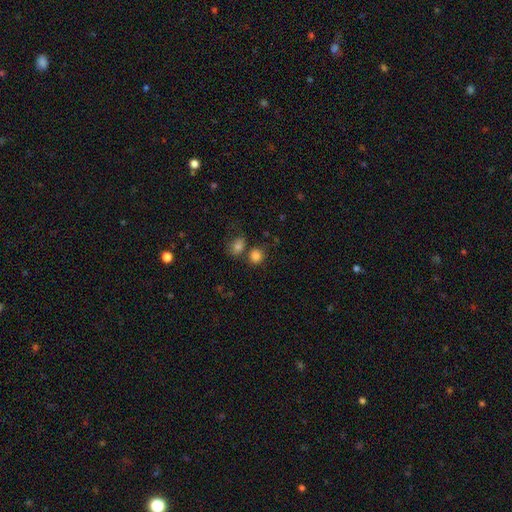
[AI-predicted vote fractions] smooth-or-featured: smooth: 82% | star or artifact: 12% | featured or disk: 6%
  how-rounded: round: 79% | in between: 19% | cigar-shaped: 1%
  merging: none: 63% | merger: 22% | minor disturbance: 10% | major disturbance: 4%